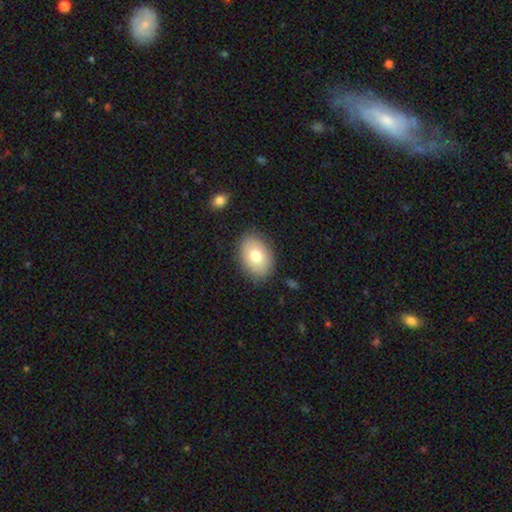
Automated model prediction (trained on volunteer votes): A smooth galaxy with no disk features (74%) that is in between round and cigar-shaped (78%). Merging: none (85%).